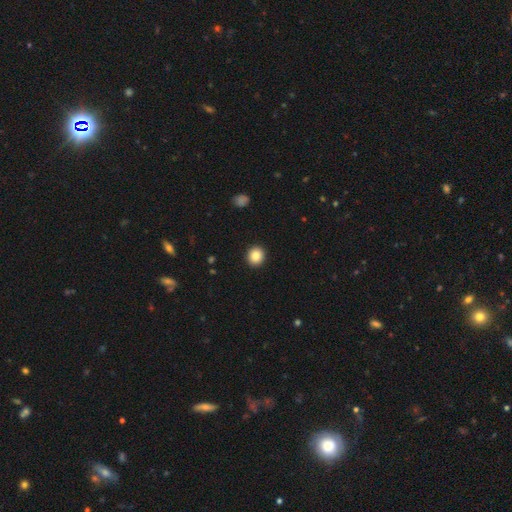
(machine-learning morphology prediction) Overall: smooth (86%). How rounded: round (88%). Merging: none (93%).